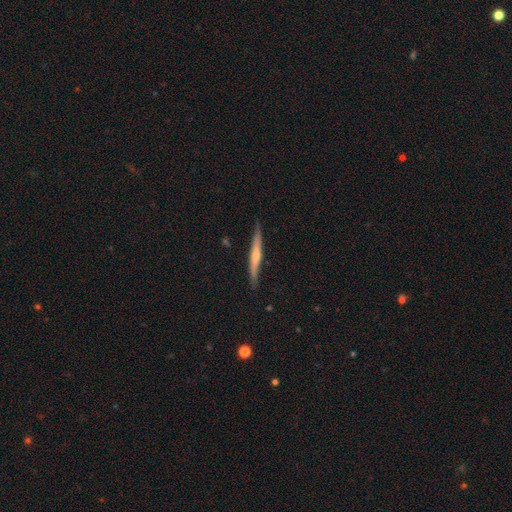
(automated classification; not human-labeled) Smooth or featured? featured or disk (57%)
Edge-on disk? yes (96%)
Edge-on bulge? rounded (64%)
Merging? none (86%)